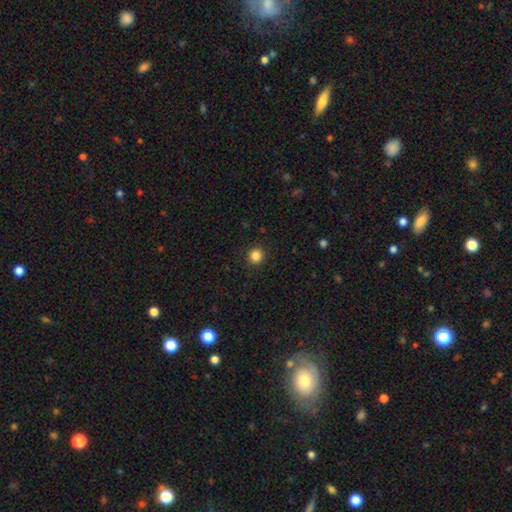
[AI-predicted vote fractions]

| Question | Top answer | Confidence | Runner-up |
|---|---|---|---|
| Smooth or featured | smooth | 85% | star or artifact (12%) |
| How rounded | round | 93% | in between (6%) |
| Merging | none | 92% | minor disturbance (5%) |